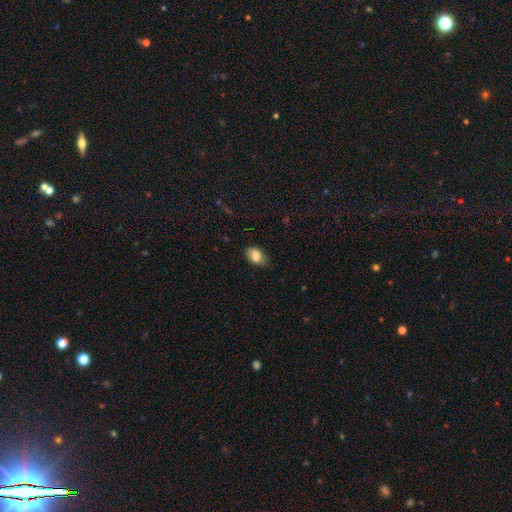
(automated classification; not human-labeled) Morphology: type=smooth (81%); roundness=in between (88%); merging=none (77%).